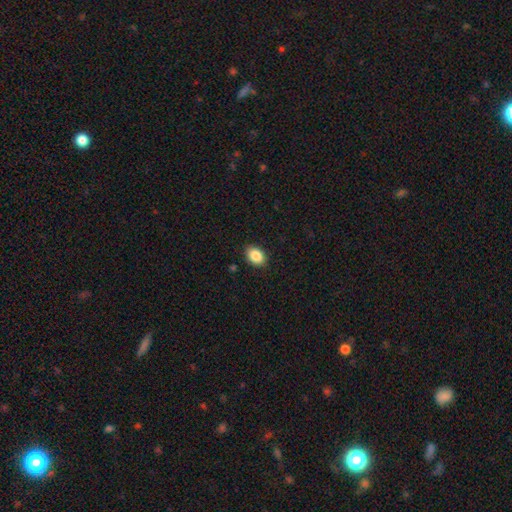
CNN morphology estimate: smooth-or-featured: smooth: 87% | star or artifact: 8% | featured or disk: 5%
  how-rounded: in between: 75% | round: 24% | cigar-shaped: 1%
  merging: none: 88% | minor disturbance: 8% | major disturbance: 2% | merger: 1%